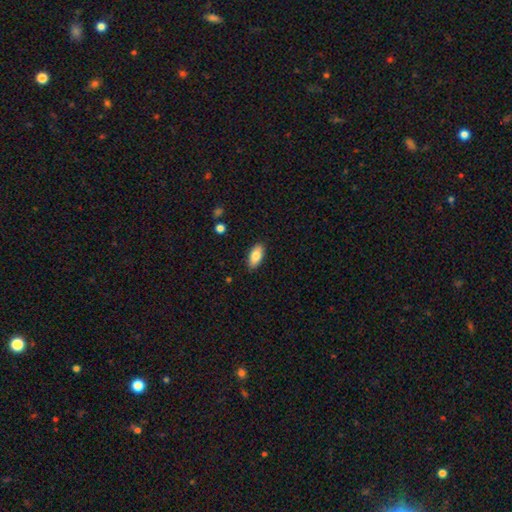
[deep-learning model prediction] Smooth or featured: smooth — 81% (featured or disk — 12%)
How rounded: in between — 89% (cigar-shaped — 8%)
Merging: none — 88% (minor disturbance — 9%)